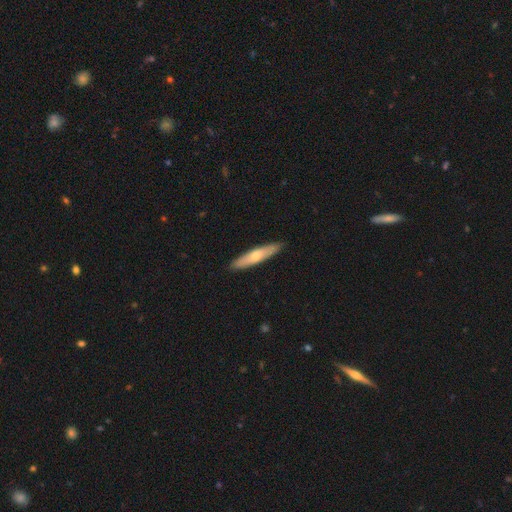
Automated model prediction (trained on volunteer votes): Smooth or featured? Predicted: smooth (p=0.55). How rounded? Predicted: cigar-shaped (p=0.87). Merging? Predicted: none (p=0.91).